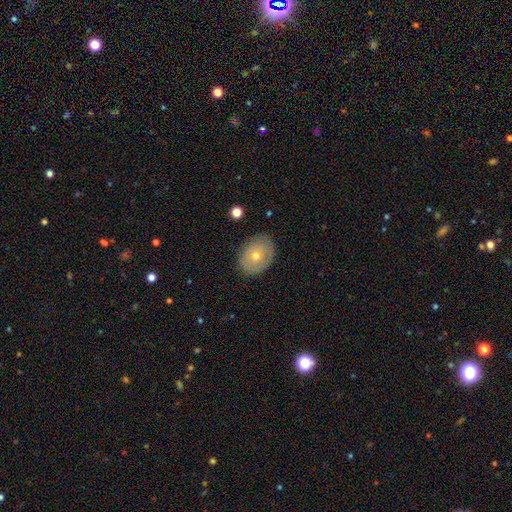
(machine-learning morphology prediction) Smooth or featured: smooth — 53% (featured or disk — 39%)
How rounded: in between — 69% (round — 30%)
Merging: none — 82% (minor disturbance — 13%)